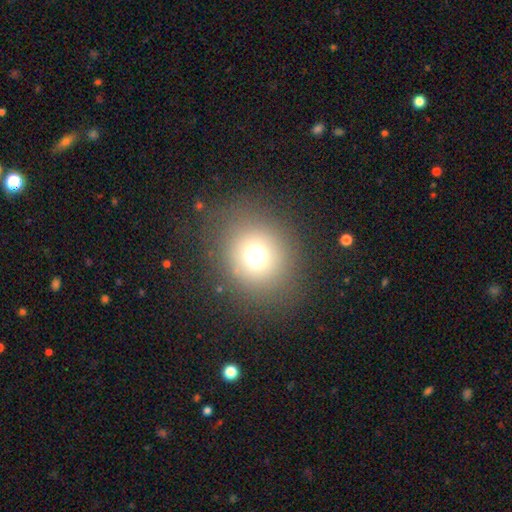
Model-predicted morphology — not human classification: This is likely a smooth galaxy (69%). How rounded: clearly round (82%). Merging: clearly none (82%).